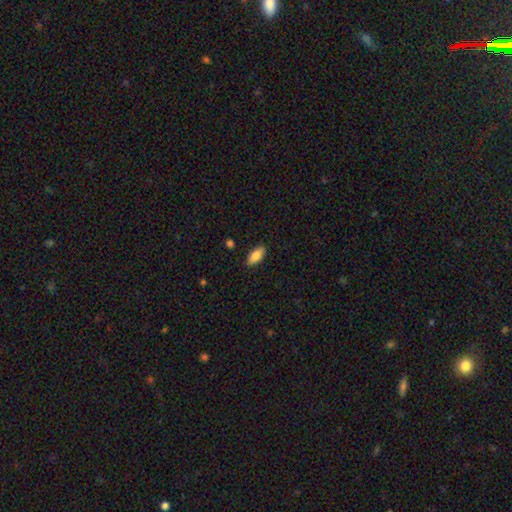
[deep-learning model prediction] Morphology: type=smooth (83%); roundness=in between (87%); merging=none (88%).